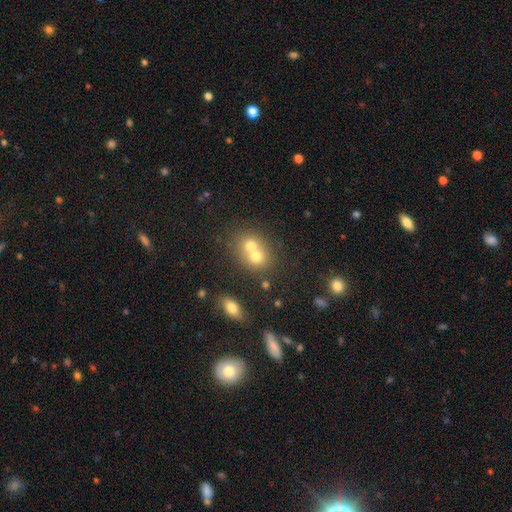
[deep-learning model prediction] A smooth galaxy with no disk features (66%) that is round (71%). Merging: merger (63%).